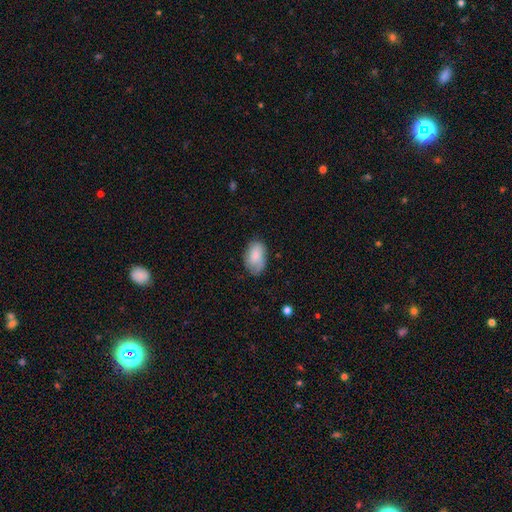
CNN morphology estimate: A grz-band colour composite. It shows a smooth galaxy with no disk features (81%) that is in between round and cigar-shaped (90%). Merging: none (65%).